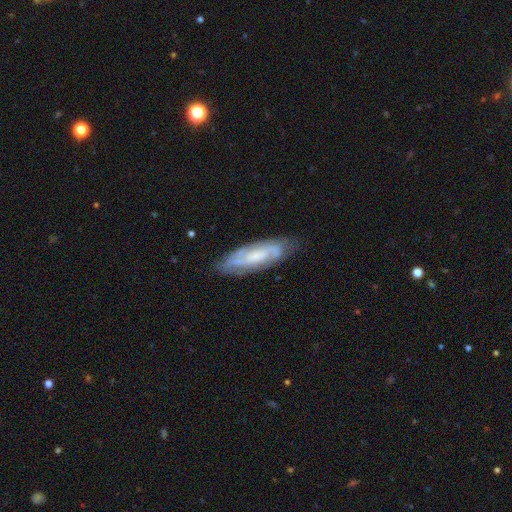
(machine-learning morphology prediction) This appears to be a featured or disk galaxy (70%) with no bar (52%), 2 (49%) tight (44%) spiral arms (89%) and a small central bulge (40%). Merging: none (75%).